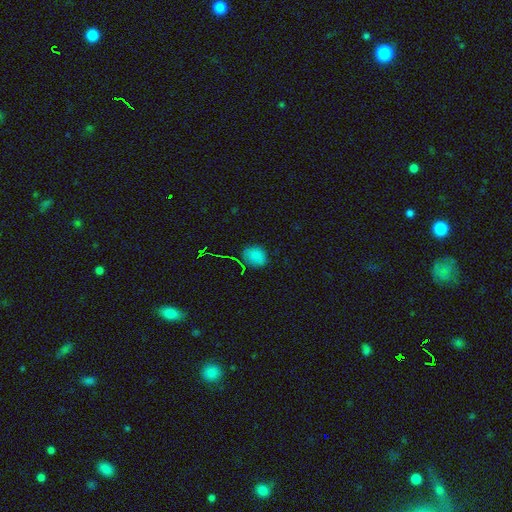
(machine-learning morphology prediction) A smooth galaxy with no disk features (76%) that is round (62%).

Vote fractions:
- Smooth or featured? smooth: 76% / star or artifact: 19% / featured or disk: 5%
- How rounded? round: 62% / in between: 37% / cigar-shaped: 1%
- Merging? none: 77% / minor disturbance: 16% / major disturbance: 4% / merger: 3%